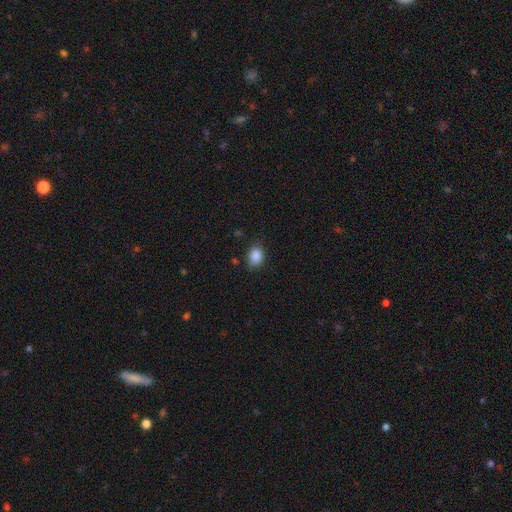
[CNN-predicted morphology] This is clearly a smooth galaxy (87%). How rounded: likely in between (67%). Merging: likely none (77%).